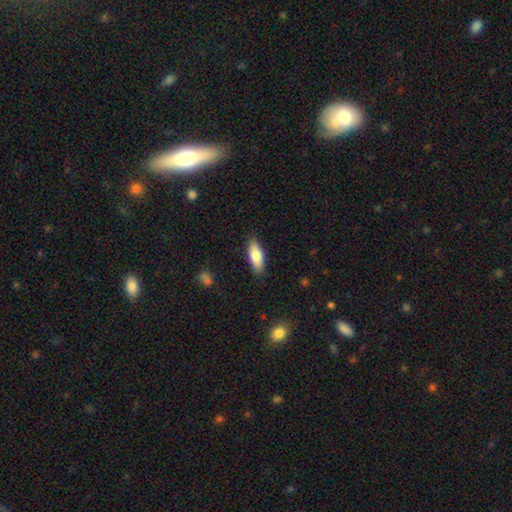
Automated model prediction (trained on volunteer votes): Smooth or featured: smooth — 77% (featured or disk — 17%)
How rounded: in between — 67% (cigar-shaped — 30%)
Merging: none — 86% (minor disturbance — 10%)